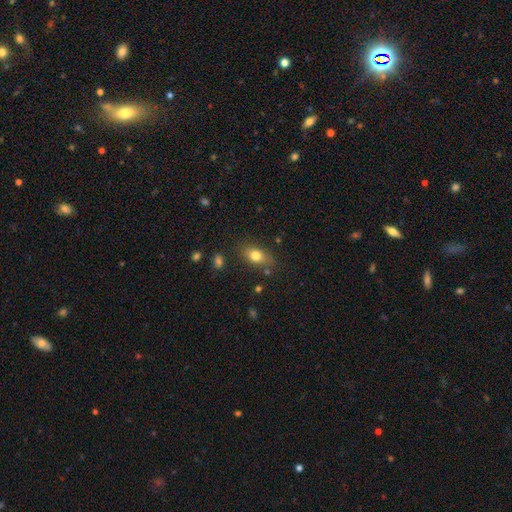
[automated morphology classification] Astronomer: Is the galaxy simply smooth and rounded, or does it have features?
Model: smooth — 78%.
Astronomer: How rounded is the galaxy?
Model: in between — 80%.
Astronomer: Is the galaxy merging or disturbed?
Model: none — 78%.